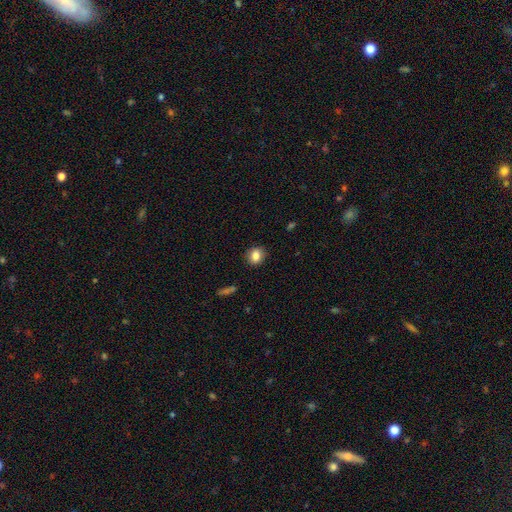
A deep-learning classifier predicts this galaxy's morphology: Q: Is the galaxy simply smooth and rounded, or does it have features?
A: smooth — 83%.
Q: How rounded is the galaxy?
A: round — 65%.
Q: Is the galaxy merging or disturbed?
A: none — 87%.